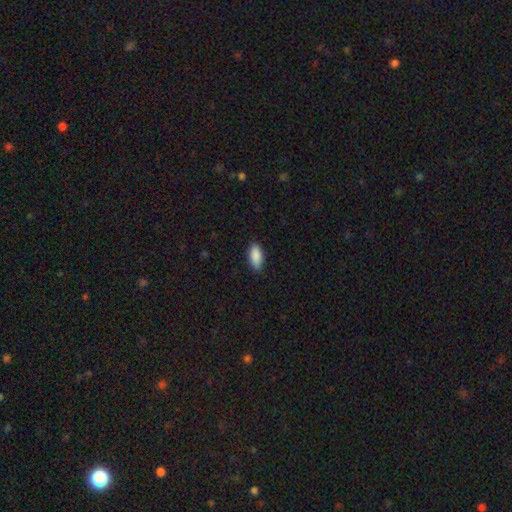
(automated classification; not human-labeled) smooth-or-featured: smooth: 90% | star or artifact: 6% | featured or disk: 4%
  how-rounded: in between: 89% | cigar-shaped: 9% | round: 2%
  merging: none: 86% | minor disturbance: 11% | major disturbance: 2% | merger: 1%